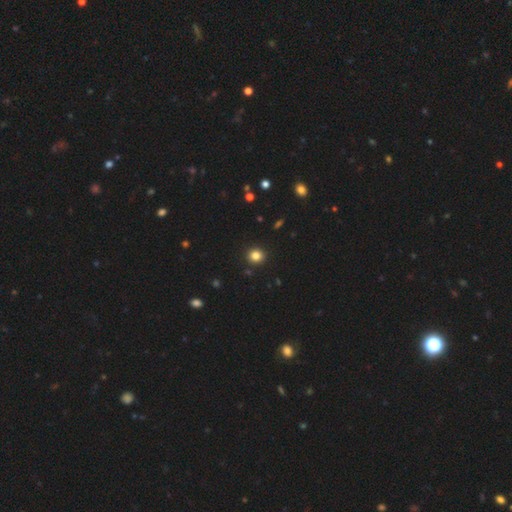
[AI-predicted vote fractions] This is clearly a smooth galaxy (82%). How rounded: clearly round (86%). Merging: clearly none (92%).